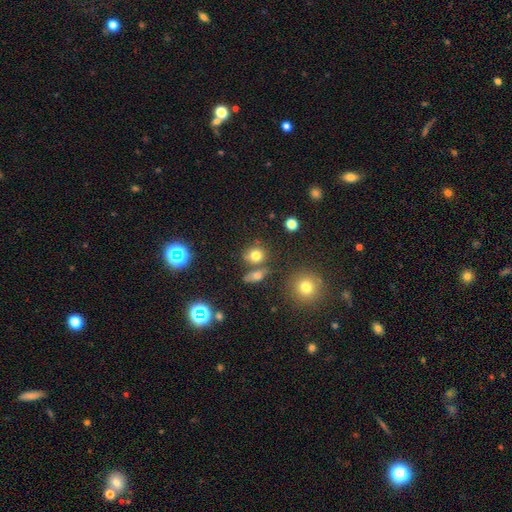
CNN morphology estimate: smooth-or-featured: smooth: 74% | star or artifact: 17% | featured or disk: 9%
  how-rounded: round: 73% | in between: 26% | cigar-shaped: 2%
  merging: none: 65% | merger: 19% | minor disturbance: 12% | major disturbance: 5%